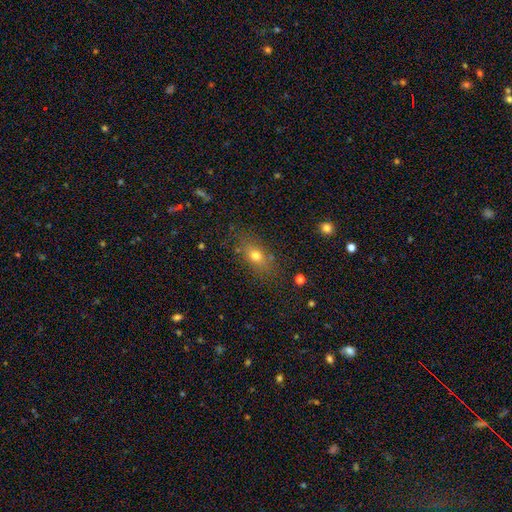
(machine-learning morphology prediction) Overall: smooth (71%). How rounded: in between (70%). Merging: none (77%).